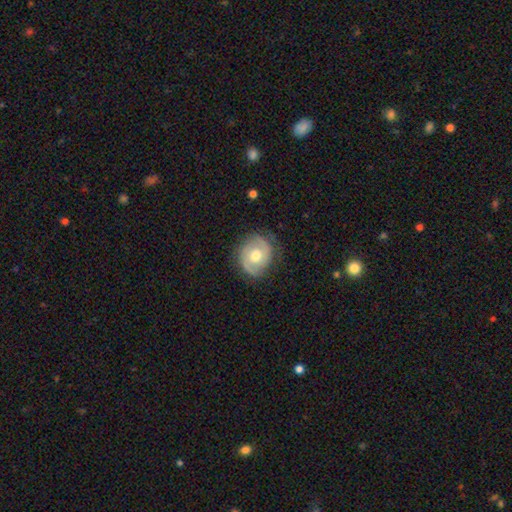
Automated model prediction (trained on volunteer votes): This is likely a featured or disk galaxy (65%). It is clearly not viewed edge-on (97%). Bar: likely no (69%). Spiral arm pattern: likely yes (77%). Central bulge: likely moderate (78%). Merging: likely none (77%).